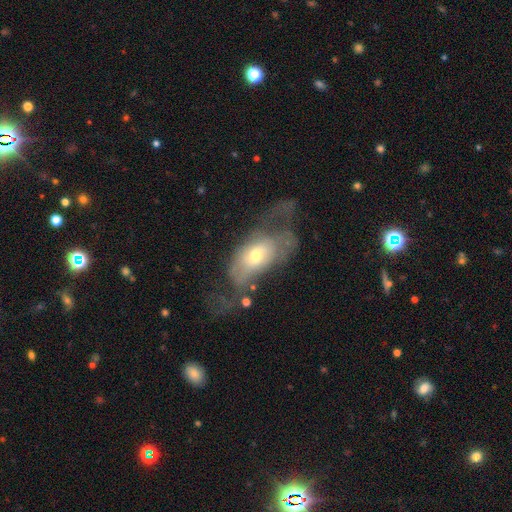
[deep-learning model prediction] Overall: featured or disk (47%; smooth 44%). Merging: major disturbance (57%; none 20%).